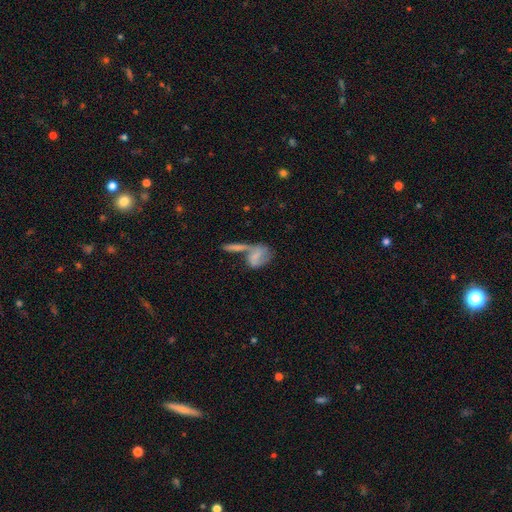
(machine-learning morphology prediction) type=smooth (51%); roundness=in between (73%); merging=merger (53%).